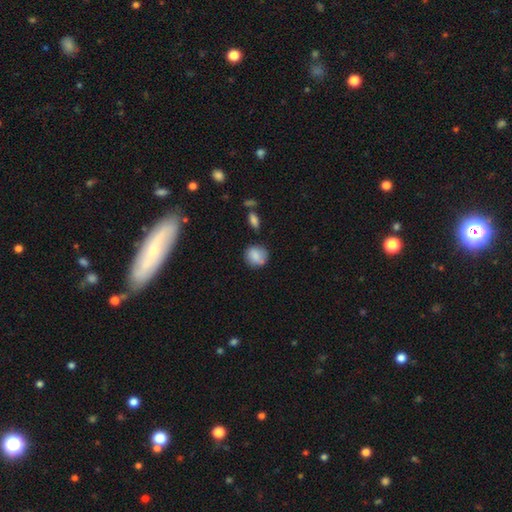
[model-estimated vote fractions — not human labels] Smooth or featured?
  - smooth: 83% *
  - featured or disk: 9%
  - star or artifact: 8%
How rounded?
  - round: 82% *
  - in between: 17%
  - cigar-shaped: 1%
Merging?
  - none: 73% *
  - minor disturbance: 18%
  - merger: 5%
  - major disturbance: 4%